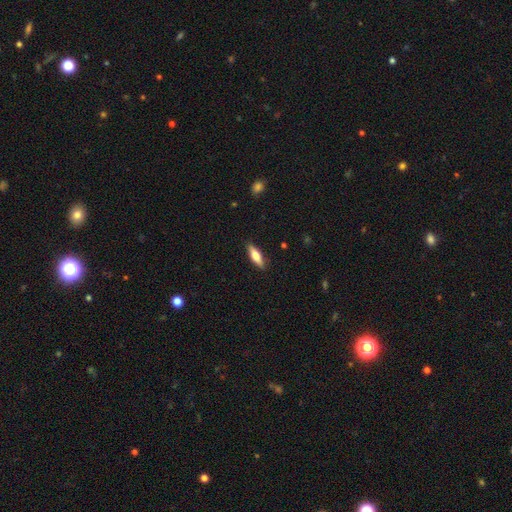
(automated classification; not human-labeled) smooth_or_featured: smooth (p=0.62) [alt: featured or disk p=0.33]
how_rounded: cigar-shaped (p=0.56) [alt: in between p=0.42]
merging: none (p=0.88) [alt: minor disturbance p=0.09]